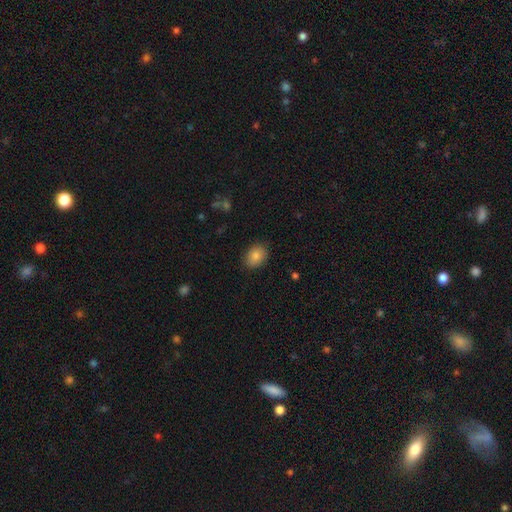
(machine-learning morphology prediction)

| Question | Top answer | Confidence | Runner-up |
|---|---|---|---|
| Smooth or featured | smooth | 85% | star or artifact (8%) |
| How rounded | in between | 68% | round (31%) |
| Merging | none | 86% | minor disturbance (11%) |